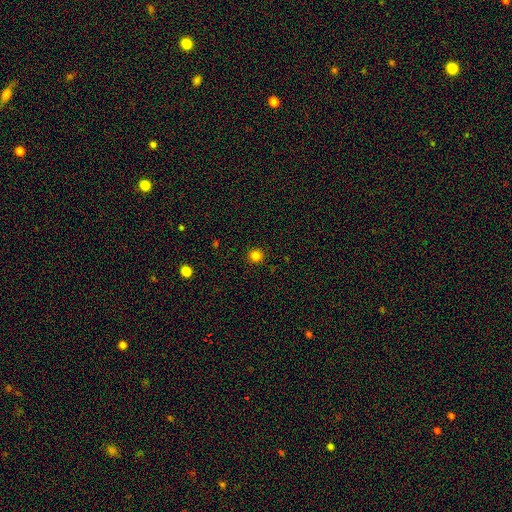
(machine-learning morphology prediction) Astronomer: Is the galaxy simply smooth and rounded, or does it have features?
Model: smooth — 83%.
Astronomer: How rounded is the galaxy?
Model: round — 94%.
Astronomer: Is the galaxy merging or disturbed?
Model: none — 92%.